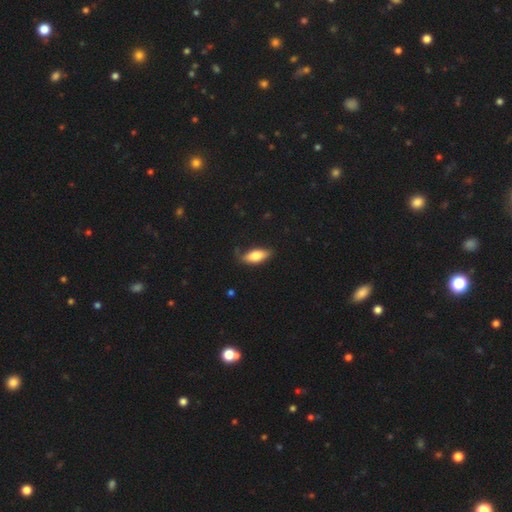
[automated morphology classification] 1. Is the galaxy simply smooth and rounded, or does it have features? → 76% smooth, 18% featured or disk, 6% star or artifact.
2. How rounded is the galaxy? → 80% in between, 17% cigar-shaped, 3% round.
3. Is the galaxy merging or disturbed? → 73% none, 21% minor disturbance, 4% major disturbance, 2% merger.